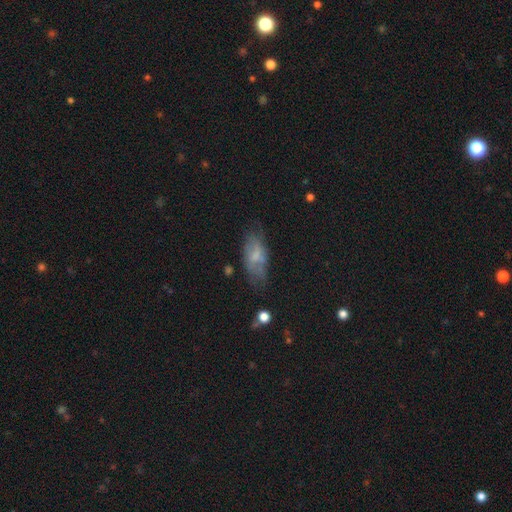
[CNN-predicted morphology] This appears to be a smooth galaxy with no disk features (54%) that is in between round and cigar-shaped (84%). Merging: none (57%).